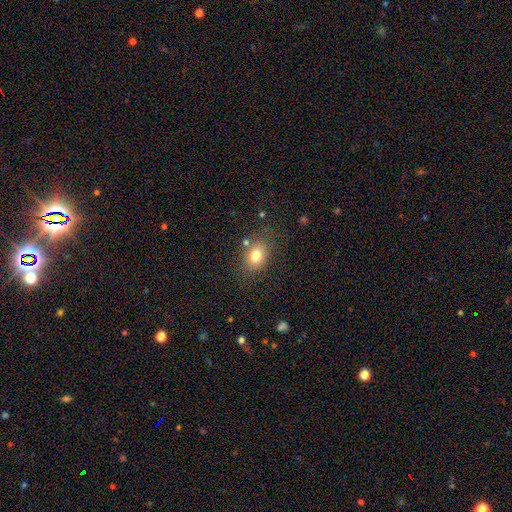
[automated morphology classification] smooth_or_featured: smooth (p=0.77) [alt: featured or disk p=0.12]
how_rounded: in between (p=0.71) [alt: round p=0.28]
merging: none (p=0.75) [alt: minor disturbance p=0.15]